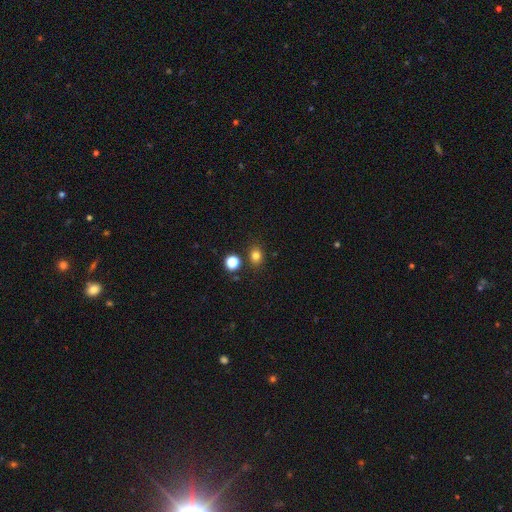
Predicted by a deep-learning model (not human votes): This appears to be a smooth galaxy with no disk features (79%) that is round (54%). Merging: none (82%).